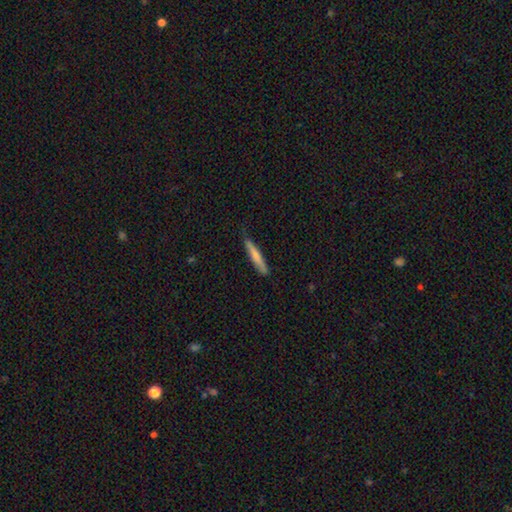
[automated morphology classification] A smooth galaxy with no disk features (72%) that is cigar-shaped (93%).

Vote fractions:
- Smooth or featured? smooth: 72% / featured or disk: 23% / star or artifact: 5%
- How rounded? cigar-shaped: 93% / in between: 5% / round: 1%
- Merging? none: 79% / minor disturbance: 17% / major disturbance: 3% / merger: 1%